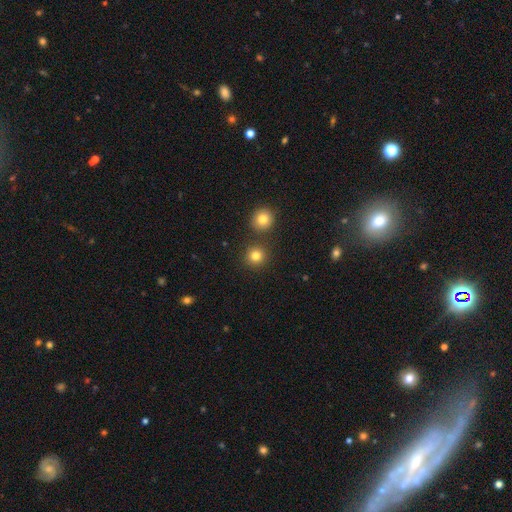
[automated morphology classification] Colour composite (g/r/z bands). It shows a smooth galaxy with no disk features (81%) that is round (93%). Merging: none (84%).